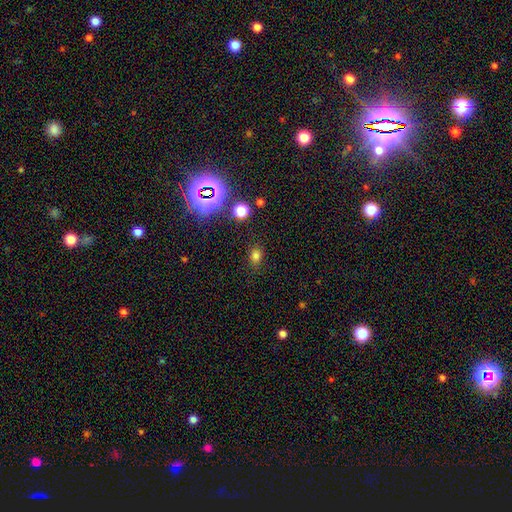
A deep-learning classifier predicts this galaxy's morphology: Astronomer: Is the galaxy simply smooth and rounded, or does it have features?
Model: smooth — 74%.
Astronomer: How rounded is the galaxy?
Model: in between — 60% (runner-up: round, 39%).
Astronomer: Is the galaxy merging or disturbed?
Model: none — 83%.